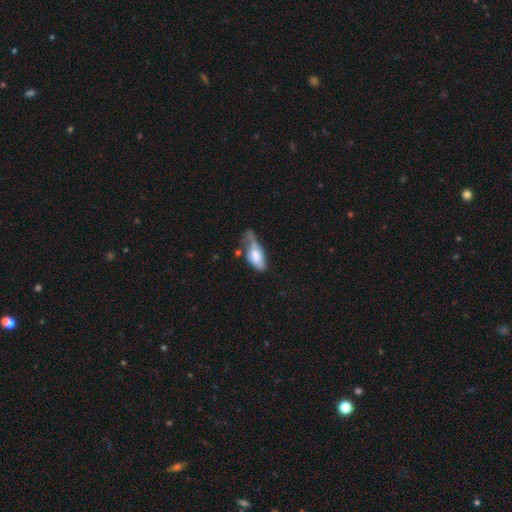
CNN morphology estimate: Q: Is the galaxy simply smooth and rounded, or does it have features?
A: smooth — 60%.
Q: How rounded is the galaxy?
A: in between — 84%.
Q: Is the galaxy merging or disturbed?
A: major disturbance — 35%.